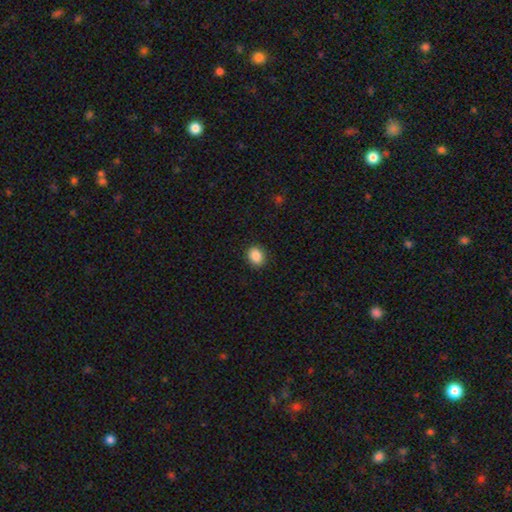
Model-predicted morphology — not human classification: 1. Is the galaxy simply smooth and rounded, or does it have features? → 88% smooth, 9% star or artifact, 3% featured or disk.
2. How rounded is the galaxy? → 55% round, 44% in between, 1% cigar-shaped.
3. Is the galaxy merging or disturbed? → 90% none, 7% minor disturbance, 2% major disturbance, 1% merger.